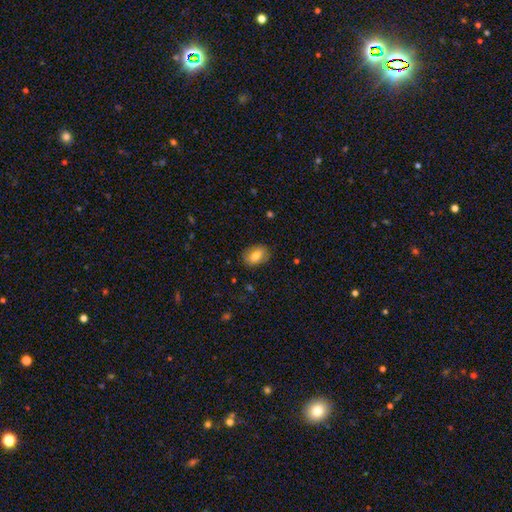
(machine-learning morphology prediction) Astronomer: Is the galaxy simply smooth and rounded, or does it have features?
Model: smooth — 70%.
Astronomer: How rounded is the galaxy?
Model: in between — 80%.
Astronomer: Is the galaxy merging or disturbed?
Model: none — 82%.